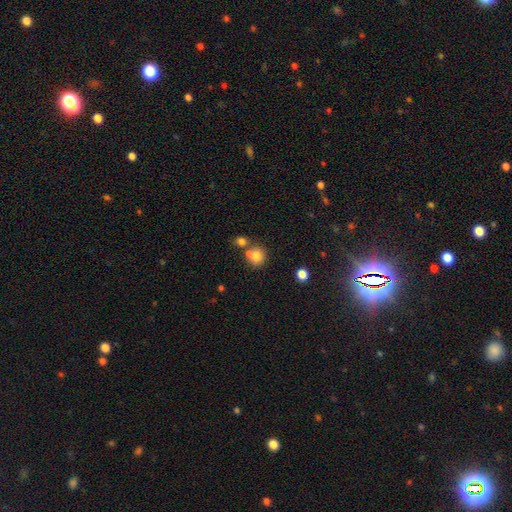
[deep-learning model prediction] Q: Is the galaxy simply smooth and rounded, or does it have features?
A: smooth — 79%.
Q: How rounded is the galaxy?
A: round — 86%.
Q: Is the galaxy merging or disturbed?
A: none — 57%.